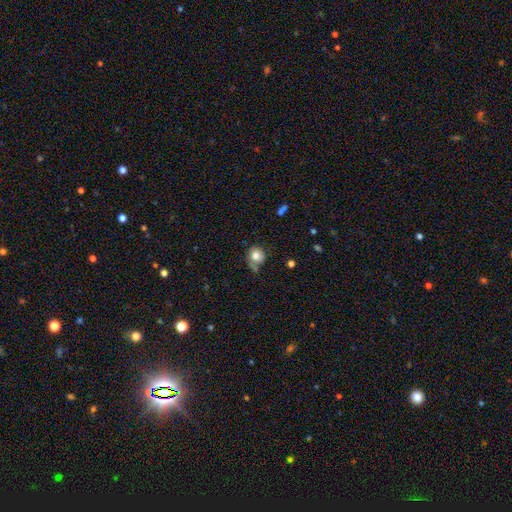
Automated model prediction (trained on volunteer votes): Q: Smooth or featured?
A: smooth (79%); runner-up: featured or disk (11%)
Q: How rounded?
A: round (76%); runner-up: in between (23%)
Q: Merging?
A: none (55%); runner-up: minor disturbance (26%)